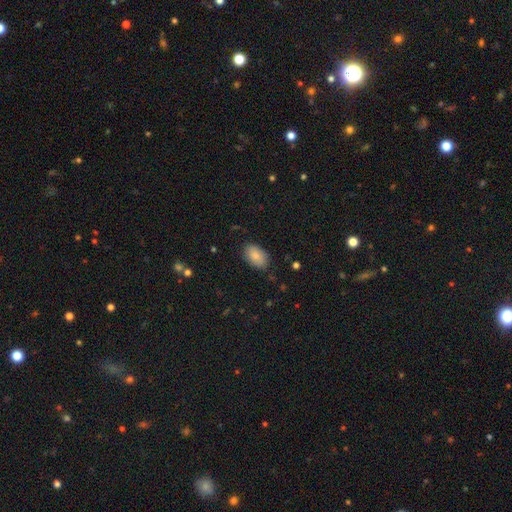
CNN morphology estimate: Smooth or featured? Predicted: smooth (p=0.83). How rounded? Predicted: in between (p=0.91). Merging? Predicted: none (p=0.83).